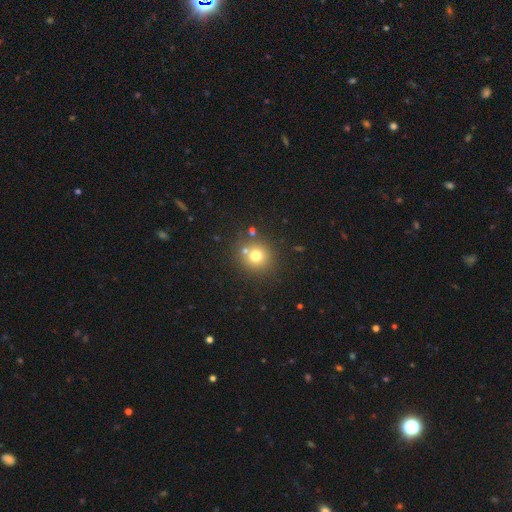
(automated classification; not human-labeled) Smooth or featured? Predicted: smooth (p=0.73). How rounded? Predicted: round (p=0.90). Merging? Predicted: none (p=0.73).